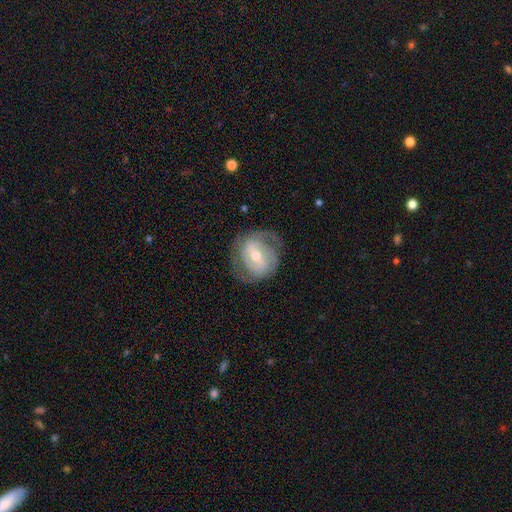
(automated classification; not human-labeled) Overall: featured or disk (78%). Edge-on disk: no (97%). Bar: weak (44%; strong 35%). Spiral arms: yes (88%). Spiral arm count: 2 (71%). Spiral winding: tight (44%; medium 42%). Bulge size: moderate (53%; small 42%). Merging: none (71%).